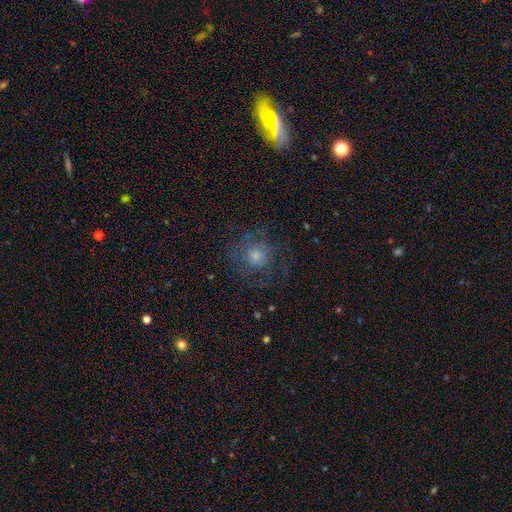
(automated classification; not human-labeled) Morphology: type=smooth (43%); merging=none (73%).